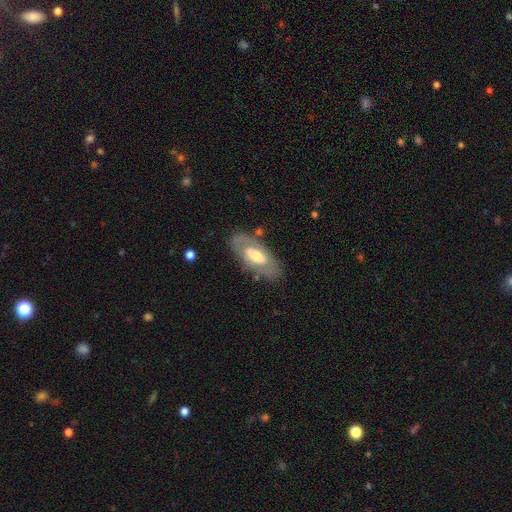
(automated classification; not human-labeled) Overall: featured or disk (59%; smooth 36%). Edge-on disk: no (86%). Bar: no (55%; weak 30%). Spiral arms: no (65%; yes 35%). Bulge size: moderate (65%). Merging: none (76%).